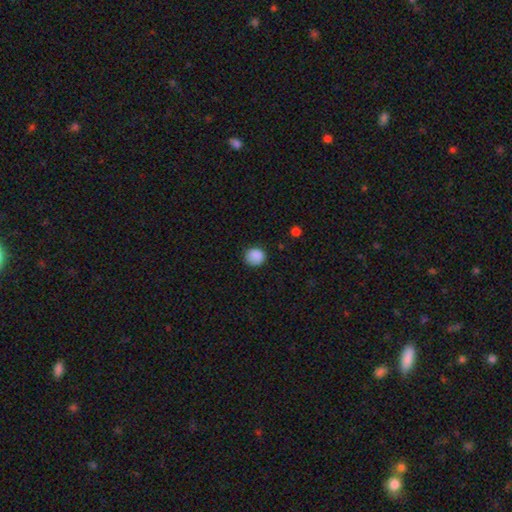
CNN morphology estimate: This appears to be a smooth galaxy with no disk features (88%) that is round (84%). Merging: none (83%).